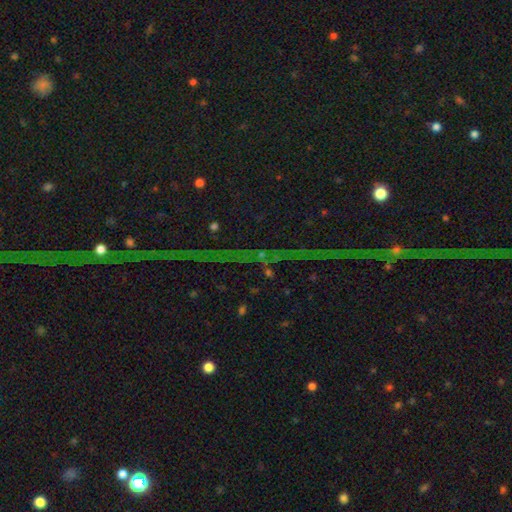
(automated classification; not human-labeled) Smooth or featured: star or artifact — 80% (featured or disk — 11%)